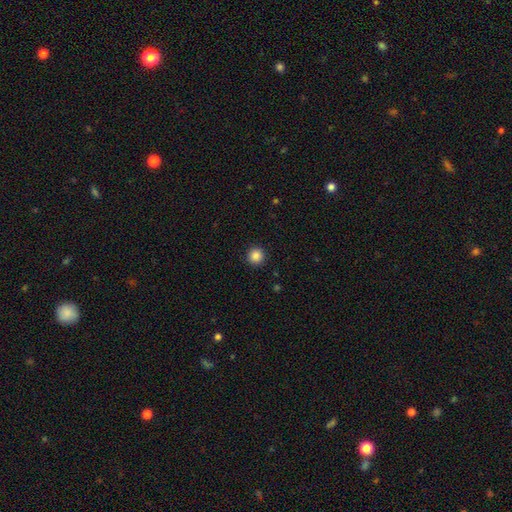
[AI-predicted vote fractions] Morphology: type=smooth (86%); roundness=round (95%); merging=none (92%).